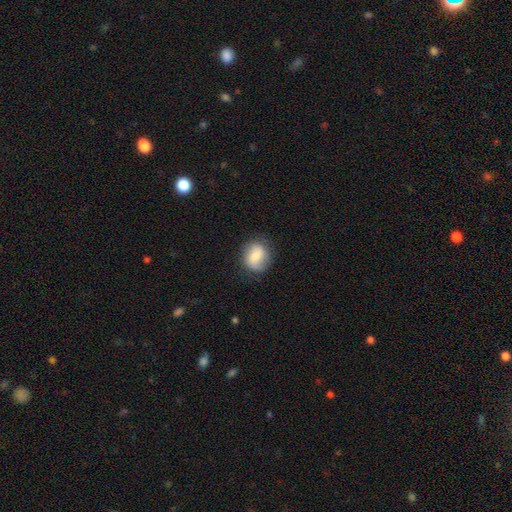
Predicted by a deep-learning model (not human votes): Morphology: type=smooth (71%); roundness=round (65%); merging=none (77%).